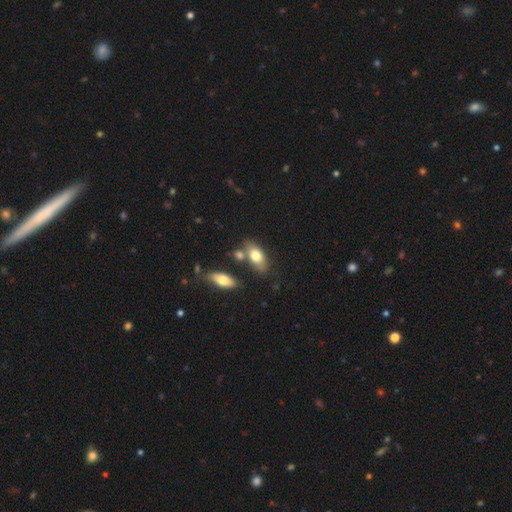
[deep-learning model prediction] smooth 75%, featured or disk 18%, star or artifact 7%. Down the decision tree: how rounded — in between (88%); merging — none (57%).